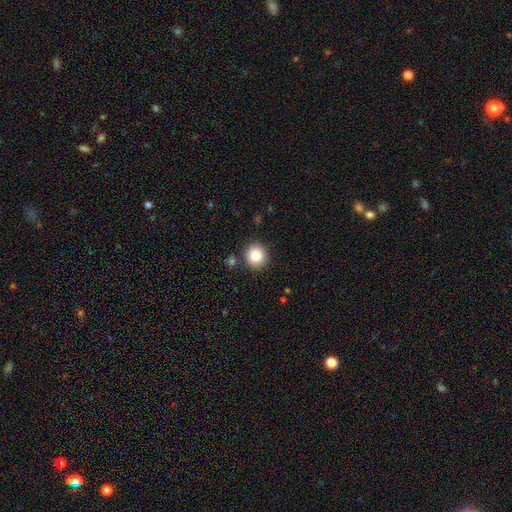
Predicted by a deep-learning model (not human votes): smooth-or-featured: smooth: 86% | star or artifact: 9% | featured or disk: 5%
  how-rounded: round: 91% | in between: 8% | cigar-shaped: 1%
  merging: none: 86% | minor disturbance: 7% | merger: 4% | major disturbance: 2%